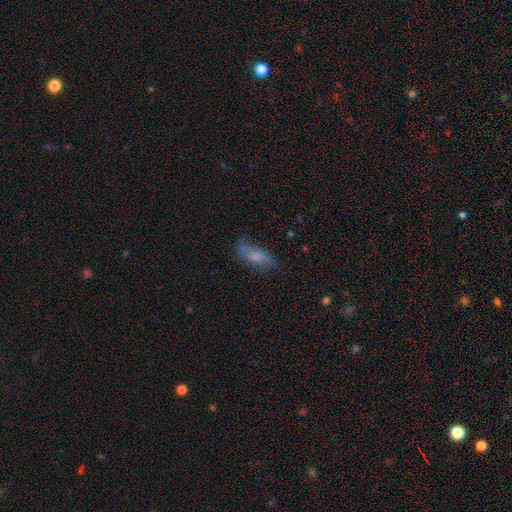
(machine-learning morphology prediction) Overall: smooth (64%; featured or disk 26%). How rounded: in between (71%). Merging: none (51%; minor disturbance 29%).